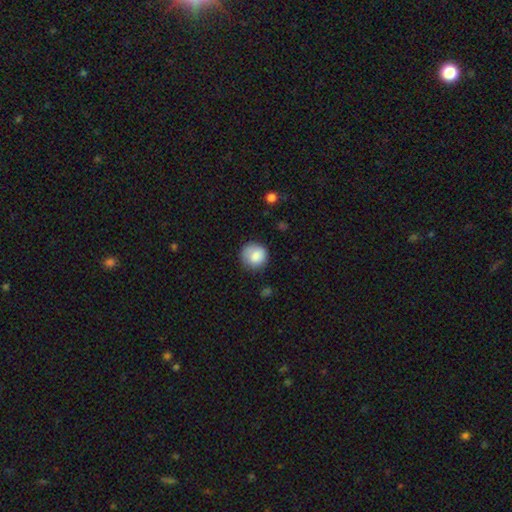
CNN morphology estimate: Smooth or featured?
  - smooth: 84% *
  - featured or disk: 8%
  - star or artifact: 8%
How rounded?
  - round: 91% *
  - in between: 8%
  - cigar-shaped: 1%
Merging?
  - none: 76% *
  - minor disturbance: 17%
  - major disturbance: 5%
  - merger: 2%